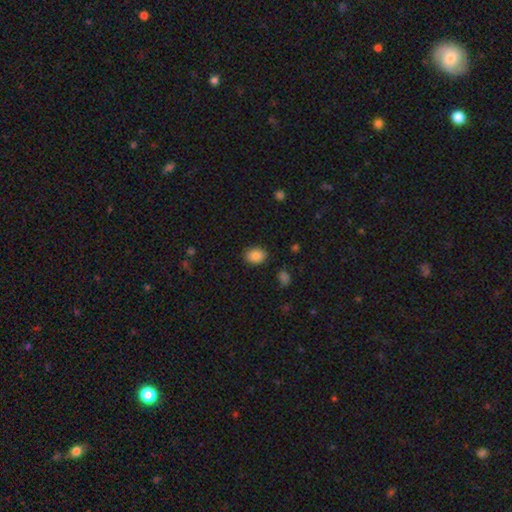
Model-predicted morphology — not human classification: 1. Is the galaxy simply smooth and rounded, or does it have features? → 88% smooth, 9% star or artifact, 4% featured or disk.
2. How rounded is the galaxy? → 61% in between, 38% round, 1% cigar-shaped.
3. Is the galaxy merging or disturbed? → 85% none, 10% minor disturbance, 3% major disturbance, 1% merger.